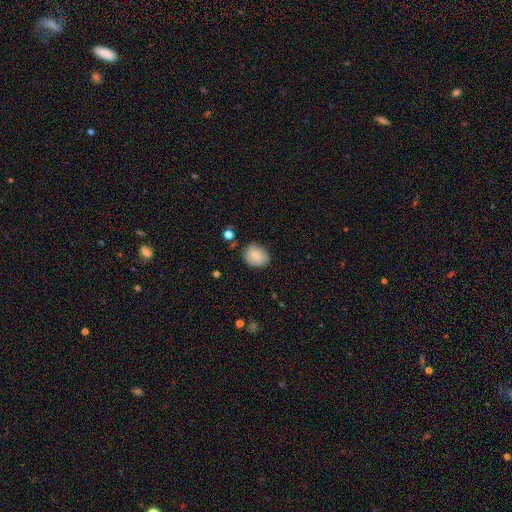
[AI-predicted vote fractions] This is clearly a smooth galaxy (81%). How rounded: possibly round (57%). Merging: likely none (76%).